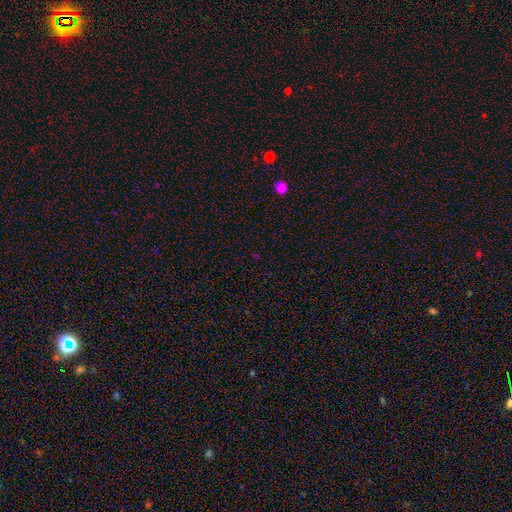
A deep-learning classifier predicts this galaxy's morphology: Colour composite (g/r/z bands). It shows a star or artifact, not a galaxy (63%).